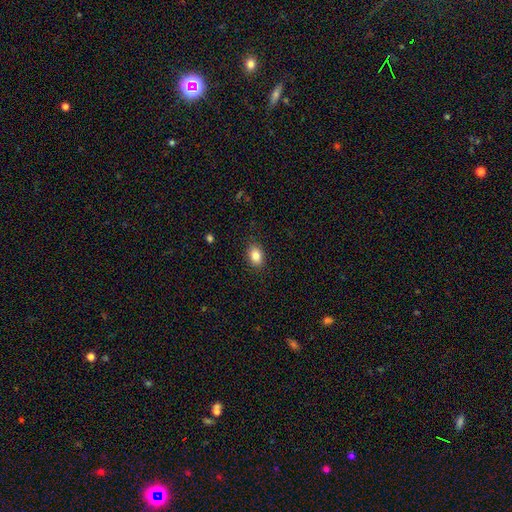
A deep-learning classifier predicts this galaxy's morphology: Smooth or featured?
  - smooth: 85% *
  - star or artifact: 9%
  - featured or disk: 7%
How rounded?
  - in between: 80% *
  - round: 19%
  - cigar-shaped: 1%
Merging?
  - none: 88% *
  - minor disturbance: 9%
  - major disturbance: 2%
  - merger: 1%